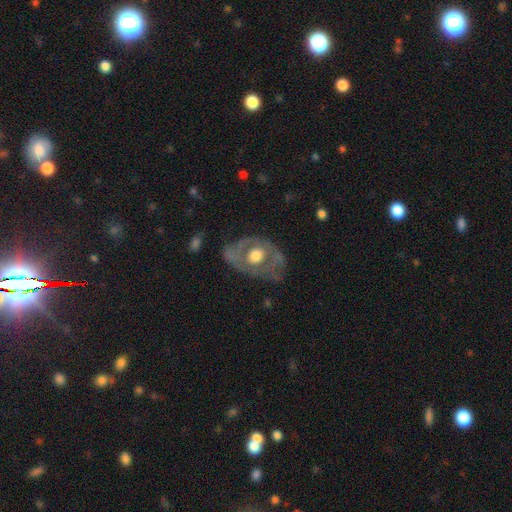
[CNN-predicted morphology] A featured or disk galaxy (64%) with no bar (87%), no spiral arms (72%) and a moderate central bulge (52%).

Vote fractions:
- Smooth or featured? featured or disk: 64% / smooth: 31% / star or artifact: 6%
- Edge-on disk? no: 93% / yes: 7%
- Bar? no: 87% / weak: 10% / strong: 3%
- Spiral arms? no: 72% / yes: 28%
- Bulge size? moderate: 52% / large: 40% / small: 4% / dominant: 2% / none: 1%
- Merging? none: 54% / minor disturbance: 25% / major disturbance: 19% / merger: 2%